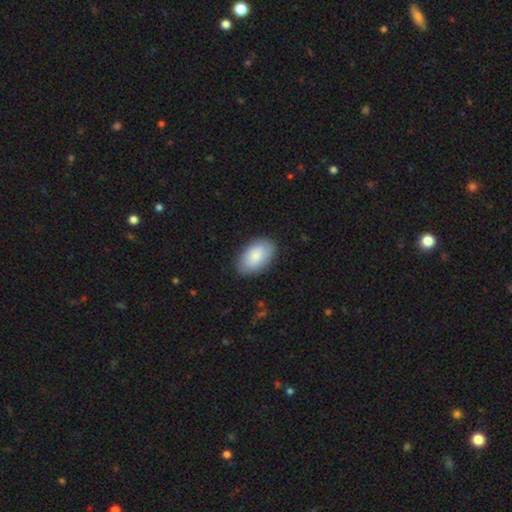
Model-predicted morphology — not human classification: Smooth or featured: smooth — 84% (featured or disk — 11%)
How rounded: in between — 94% (round — 5%)
Merging: none — 85% (minor disturbance — 12%)